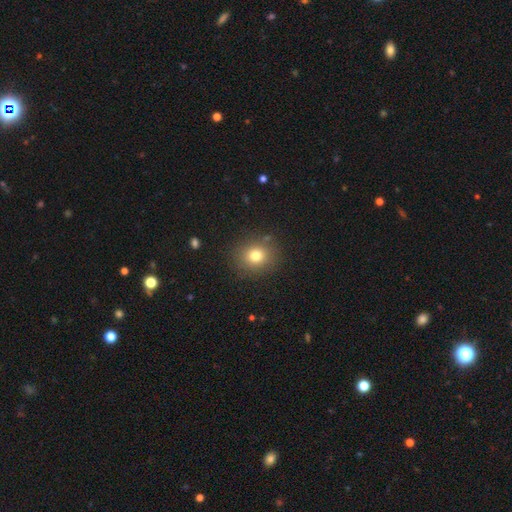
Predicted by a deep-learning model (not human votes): The model was most divided on "how rounded": round: 80%, in between: 19%, cigar-shaped: 1%. More confident: merging — none (87%); smooth or featured — smooth (78%).